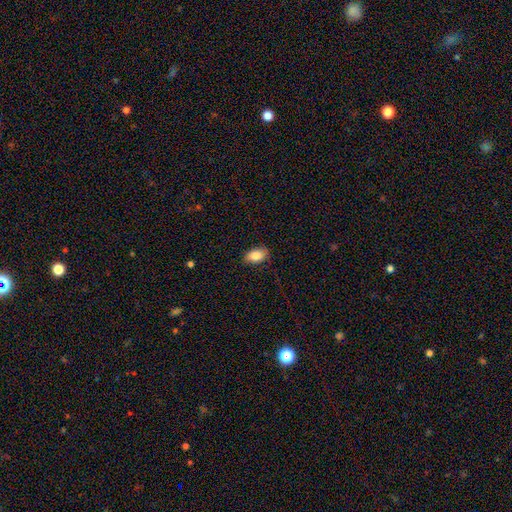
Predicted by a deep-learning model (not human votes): This is clearly a smooth galaxy (83%). How rounded: clearly in between (90%). Merging: clearly none (85%).